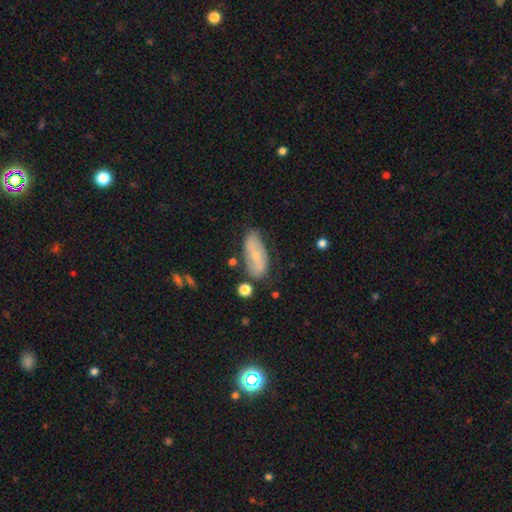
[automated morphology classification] Smooth or featured? featured or disk (53%)
Edge-on disk? no (86%)
Merging? none (68%)